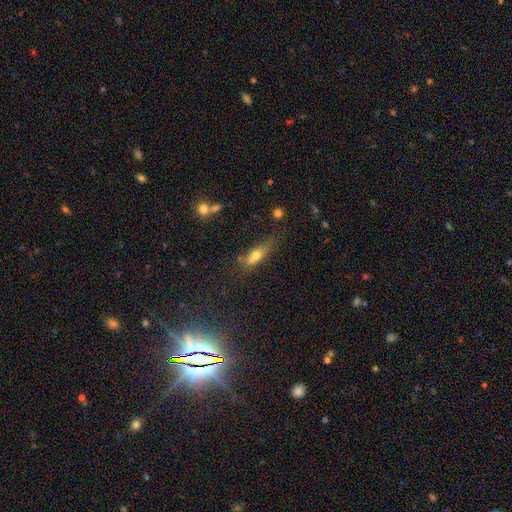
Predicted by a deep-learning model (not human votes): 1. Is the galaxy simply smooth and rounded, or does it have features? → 60% smooth, 27% featured or disk, 13% star or artifact.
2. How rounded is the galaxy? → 51% in between, 42% cigar-shaped, 7% round.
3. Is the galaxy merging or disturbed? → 49% none, 25% minor disturbance, 14% merger, 12% major disturbance.